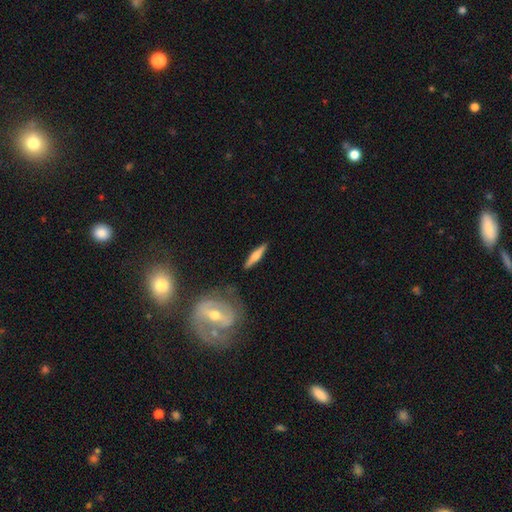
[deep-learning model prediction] Overall: featured or disk (53%; smooth 42%). Edge-on disk: yes (92%). Merging: none (86%).